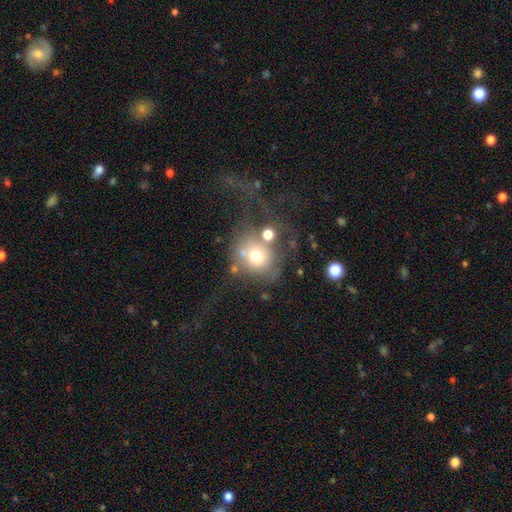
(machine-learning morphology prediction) Smooth or featured? smooth (59%)
How rounded? round (79%)
Merging? none (37%)